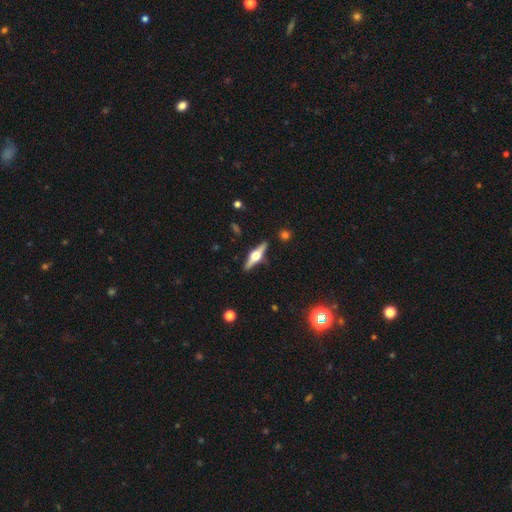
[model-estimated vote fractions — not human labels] Overall: featured or disk (77%). Edge-on disk: yes (98%). Edge-on bulge: rounded (95%). Merging: none (90%).